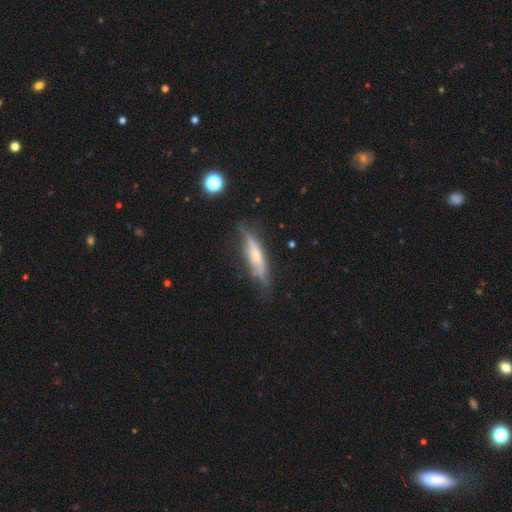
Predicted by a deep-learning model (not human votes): A featured or disk galaxy (63%) viewed edge-on (85%) with a rounded central bulge (71%).

Vote fractions:
- Smooth or featured? featured or disk: 63% / smooth: 30% / star or artifact: 7%
- Edge-on disk? yes: 85% / no: 15%
- Edge-on bulge? rounded: 71% / none: 19% / boxy: 10%
- Merging? none: 65% / minor disturbance: 25% / major disturbance: 7% / merger: 3%